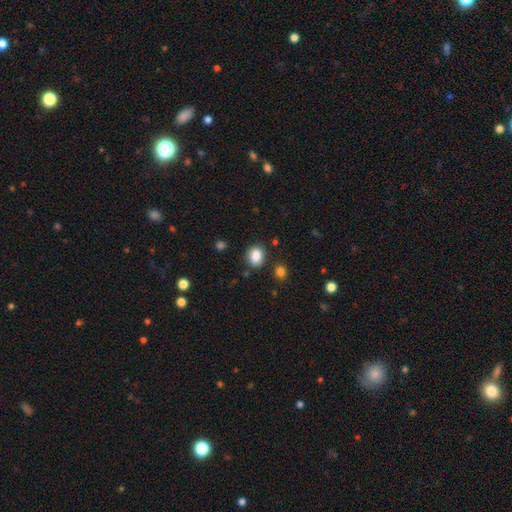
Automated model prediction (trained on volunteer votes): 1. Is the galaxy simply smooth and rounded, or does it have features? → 86% smooth, 9% star or artifact, 5% featured or disk.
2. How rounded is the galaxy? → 54% in between, 45% round, 1% cigar-shaped.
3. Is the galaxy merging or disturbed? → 81% none, 12% minor disturbance, 4% merger, 3% major disturbance.